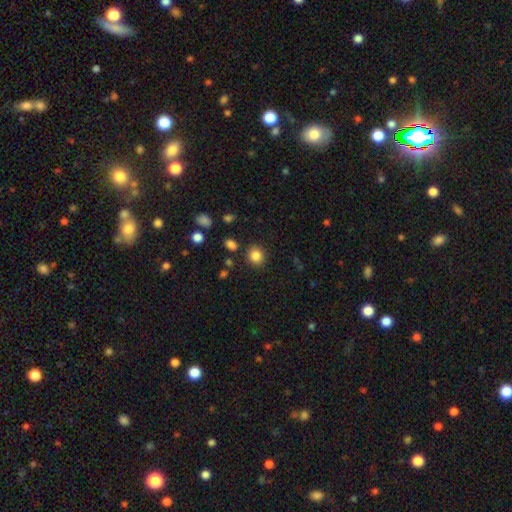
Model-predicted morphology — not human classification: A smooth galaxy with no disk features (85%) that is round (77%). Merging: none (86%).